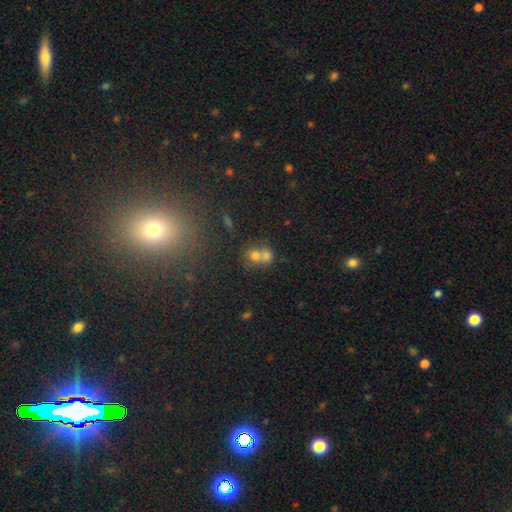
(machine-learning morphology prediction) smooth 60%, star or artifact 22%, featured or disk 17%. Down the decision tree: how rounded — round (69%); merging — merger (56%).